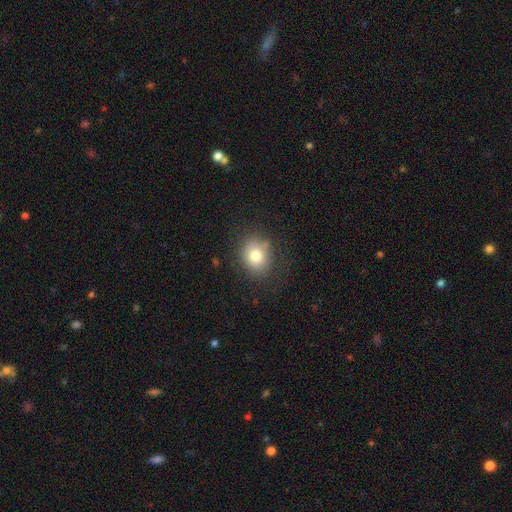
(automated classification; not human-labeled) Smooth or featured: smooth — 78% (star or artifact — 11%)
How rounded: round — 62% (in between — 37%)
Merging: none — 81% (minor disturbance — 13%)